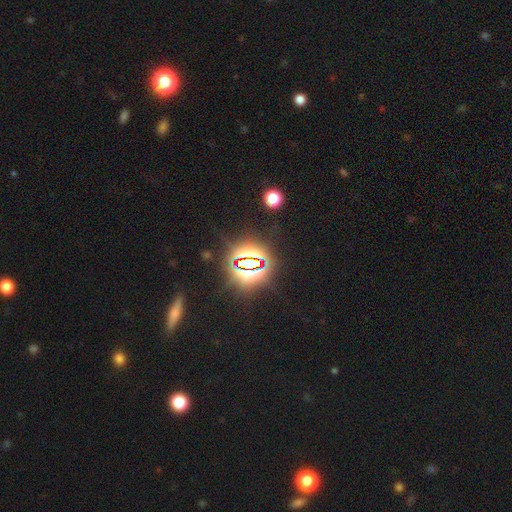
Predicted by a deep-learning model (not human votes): Smooth or featured: star or artifact — 81% (smooth — 11%)